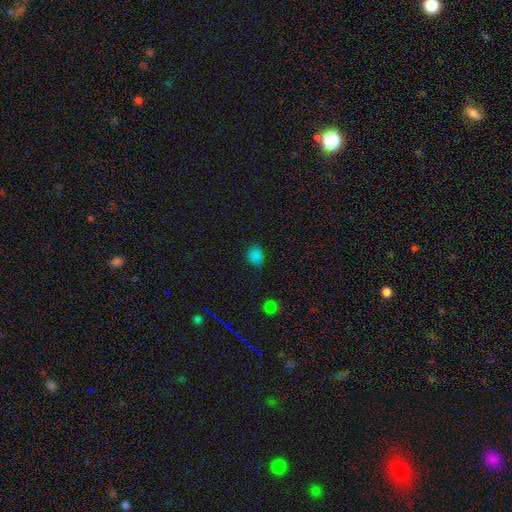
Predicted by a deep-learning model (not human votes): A smooth galaxy with no disk features (74%) that is in between round and cigar-shaped (50%).

Vote fractions:
- Smooth or featured? smooth: 74% / star or artifact: 21% / featured or disk: 5%
- How rounded? in between: 50% / round: 48% / cigar-shaped: 1%
- Merging? none: 67% / minor disturbance: 25% / major disturbance: 5% / merger: 3%